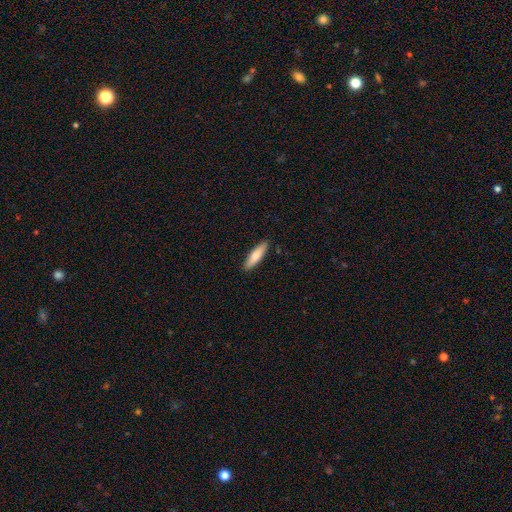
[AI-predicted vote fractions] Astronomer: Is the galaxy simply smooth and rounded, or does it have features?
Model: smooth — 77%.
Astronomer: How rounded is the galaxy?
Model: cigar-shaped — 65%.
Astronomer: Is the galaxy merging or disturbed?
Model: none — 90%.